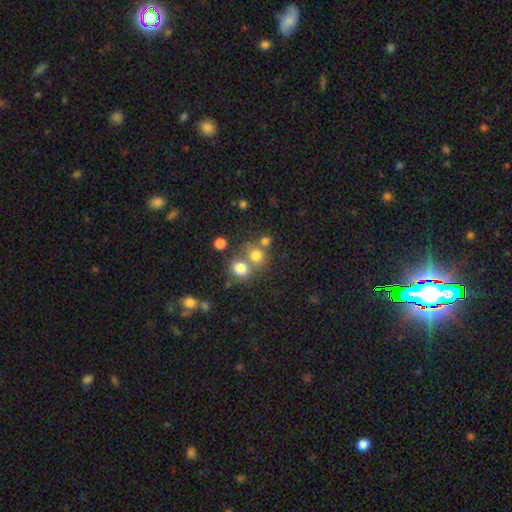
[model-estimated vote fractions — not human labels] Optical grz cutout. It shows a smooth galaxy with no disk features (74%) that is round (80%). Merging: none (49%).